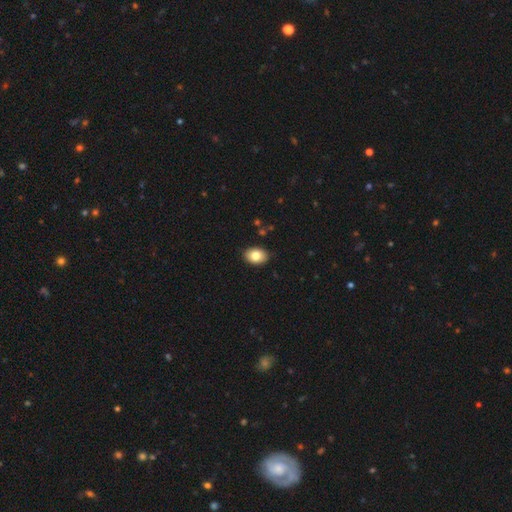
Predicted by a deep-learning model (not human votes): Overall: smooth (82%). How rounded: in between (75%). Merging: none (89%).